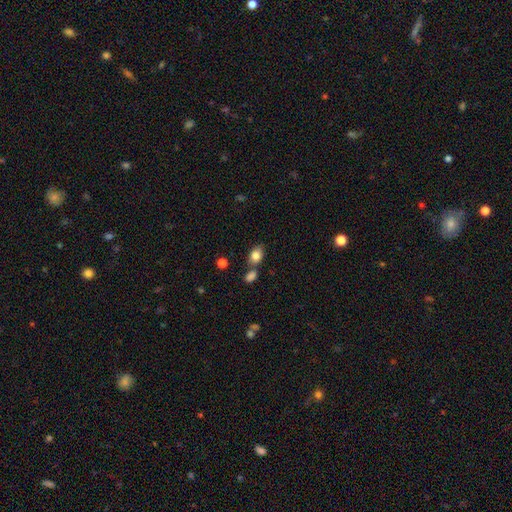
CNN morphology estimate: Smooth or featured? smooth (82%)
How rounded? in between (79%)
Merging? none (61%)